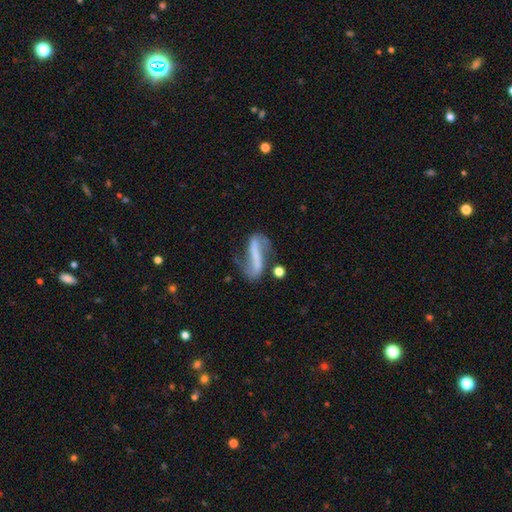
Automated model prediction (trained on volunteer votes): Smooth or featured?
  - featured or disk: 69% *
  - smooth: 21%
  - star or artifact: 9%
Edge-on disk?
  - no: 86% *
  - yes: 14%
Bar?
  - strong: 66% *
  - weak: 18%
  - no: 16%
Spiral arms?
  - yes: 78% *
  - no: 22%
Bulge size?
  - none: 55% *
  - small: 28%
  - moderate: 12%
  - large: 3%
  - dominant: 2%
Merging?
  - none: 49% *
  - minor disturbance: 23%
  - major disturbance: 20%
  - merger: 8%